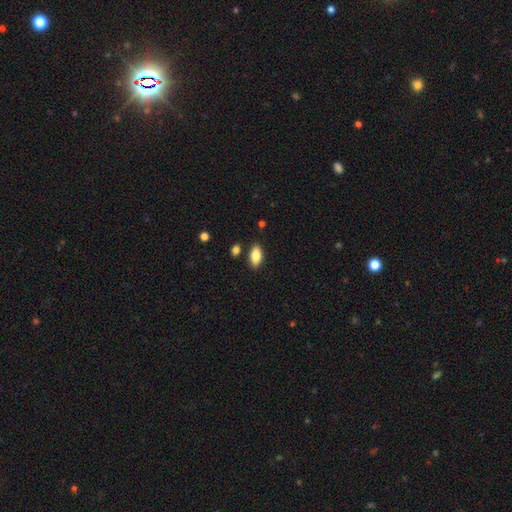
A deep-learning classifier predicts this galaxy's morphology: smooth-or-featured: smooth: 84% | featured or disk: 8% | star or artifact: 7%
  how-rounded: in between: 91% | cigar-shaped: 6% | round: 3%
  merging: none: 85% | minor disturbance: 10% | merger: 3% | major disturbance: 2%